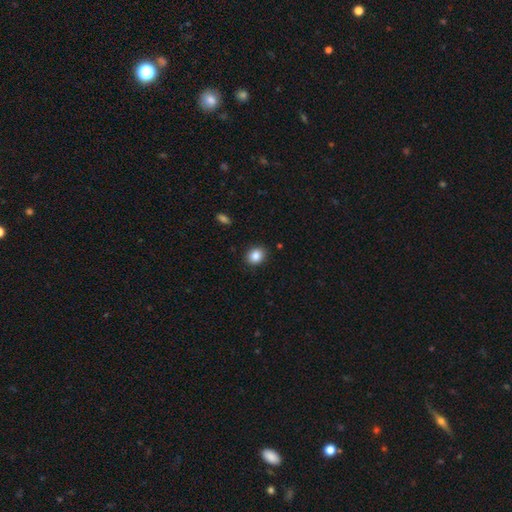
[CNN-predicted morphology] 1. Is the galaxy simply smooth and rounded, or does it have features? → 86% smooth, 9% star or artifact, 5% featured or disk.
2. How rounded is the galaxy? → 53% round, 46% in between, 1% cigar-shaped.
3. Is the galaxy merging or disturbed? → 89% none, 7% minor disturbance, 2% major disturbance, 1% merger.